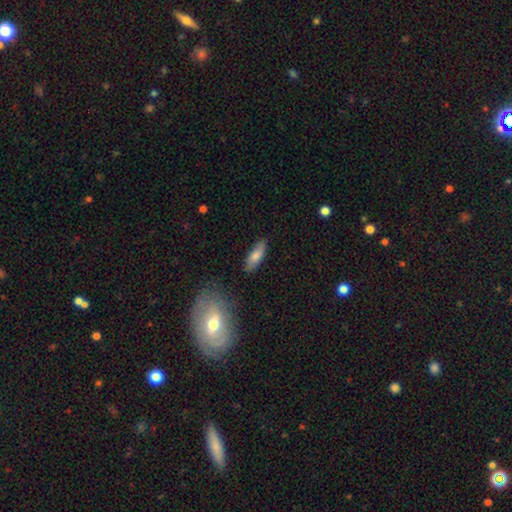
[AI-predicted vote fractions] Smooth or featured? smooth (76%)
How rounded? in between (58%)
Merging? none (83%)